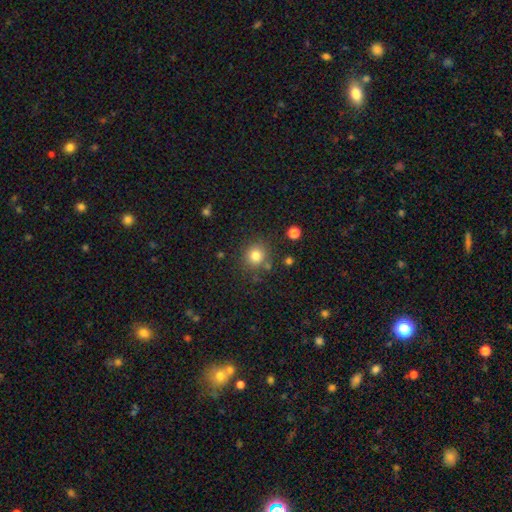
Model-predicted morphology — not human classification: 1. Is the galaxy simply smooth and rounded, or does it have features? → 80% smooth, 13% star or artifact, 7% featured or disk.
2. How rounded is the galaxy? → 89% round, 10% in between, 1% cigar-shaped.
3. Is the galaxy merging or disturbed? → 81% none, 10% minor disturbance, 6% merger, 4% major disturbance.